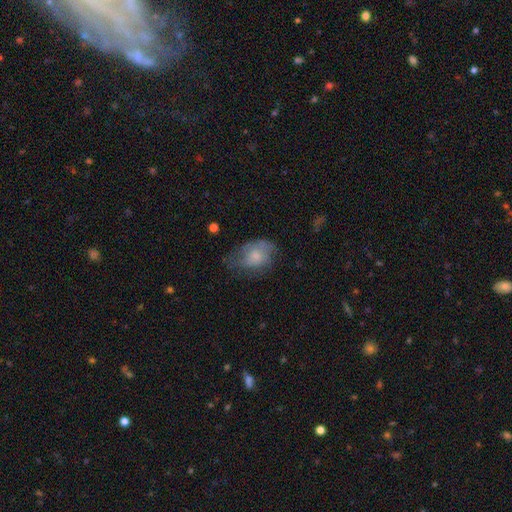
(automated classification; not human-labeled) The model was most divided on "merging": none: 41%, minor disturbance: 33%, major disturbance: 24%, merger: 2%. More confident: how rounded — in between (76%); smooth or featured — smooth (59%).